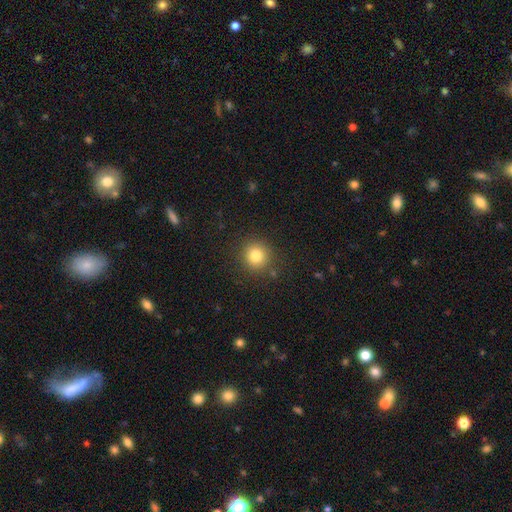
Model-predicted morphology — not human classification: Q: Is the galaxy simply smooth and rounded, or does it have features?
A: smooth — 82%.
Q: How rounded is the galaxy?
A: round — 91%.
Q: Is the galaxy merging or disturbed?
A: none — 88%.